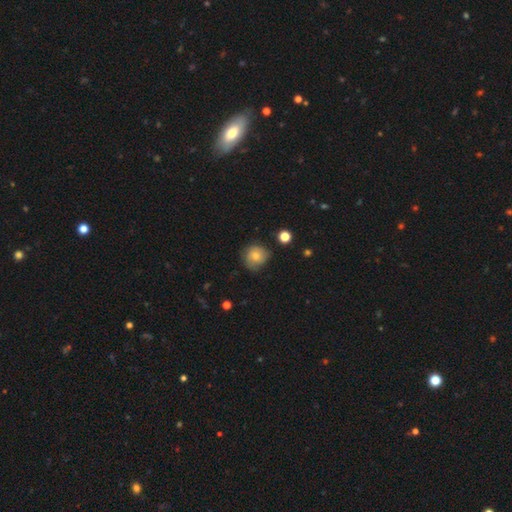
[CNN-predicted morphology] The model was most divided on "merging": none: 66%, minor disturbance: 26%, major disturbance: 6%, merger: 2%. More confident: how rounded — round (86%); smooth or featured — smooth (73%).